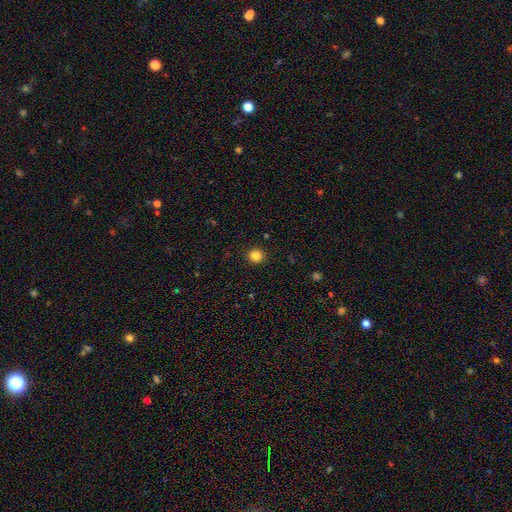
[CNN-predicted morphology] smooth-or-featured: smooth: 84% | star or artifact: 12% | featured or disk: 4%
  how-rounded: round: 91% | in between: 8% | cigar-shaped: 1%
  merging: none: 92% | minor disturbance: 5% | major disturbance: 2% | merger: 1%